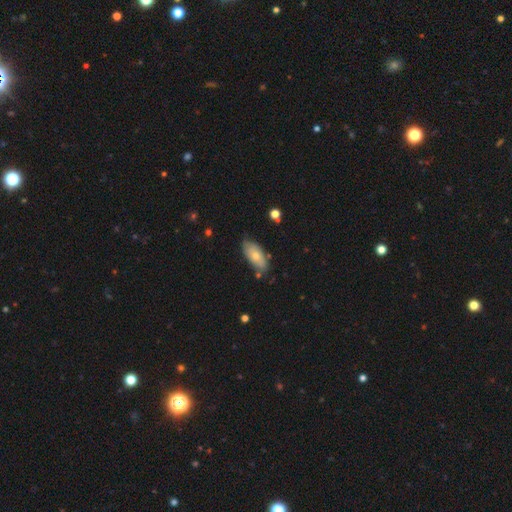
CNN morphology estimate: smooth_or_featured: smooth (p=0.68) [alt: featured or disk p=0.26]
how_rounded: in between (p=0.88) [alt: cigar-shaped p=0.10]
merging: none (p=0.71) [alt: minor disturbance p=0.22]